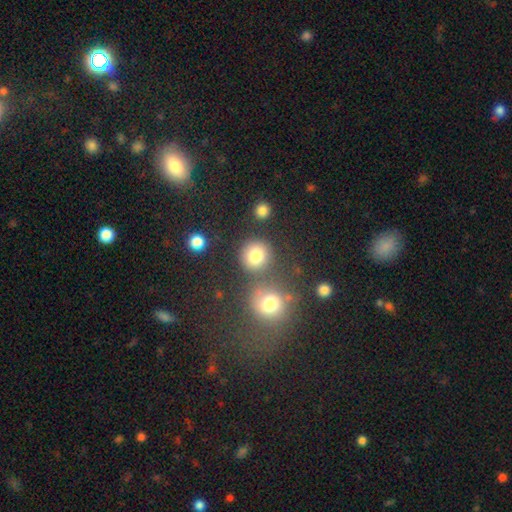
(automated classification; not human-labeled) This appears to be a smooth galaxy with no disk features (81%) that is round (91%). Merging: none (73%).